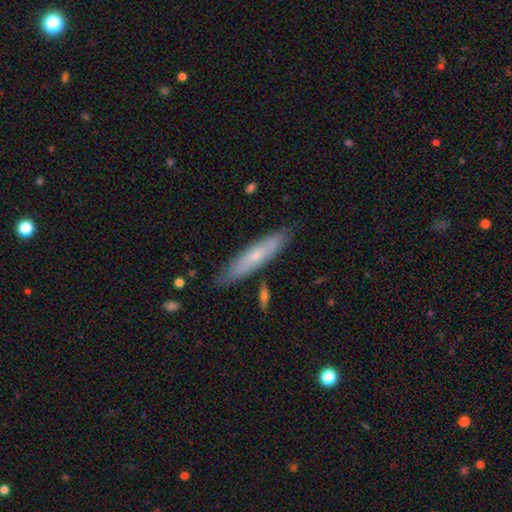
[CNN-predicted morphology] The model was most divided on "smooth or featured": smooth: 51%, featured or disk: 43%, star or artifact: 6%. More confident: how rounded — cigar-shaped (83%); merging — none (83%).